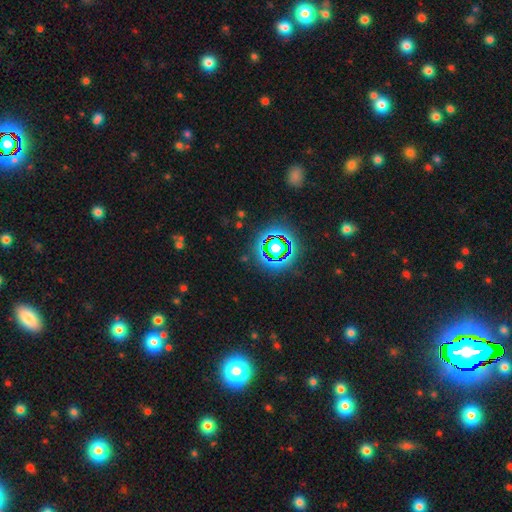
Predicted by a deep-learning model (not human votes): Q: Smooth or featured?
A: star or artifact (74%); runner-up: smooth (18%)